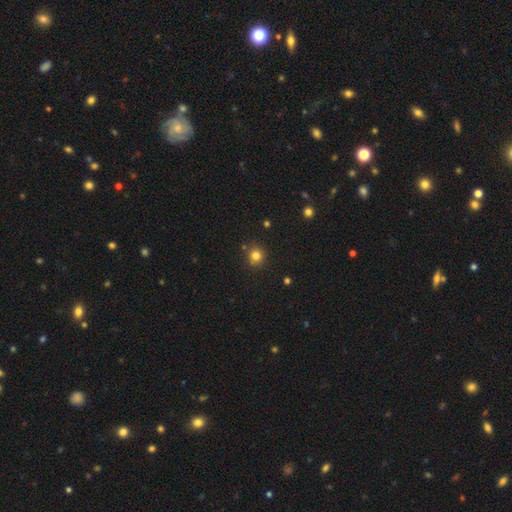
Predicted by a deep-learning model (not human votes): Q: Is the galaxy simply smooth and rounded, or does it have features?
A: smooth — 81%.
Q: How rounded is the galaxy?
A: round — 90%.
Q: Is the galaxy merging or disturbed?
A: none — 84%.